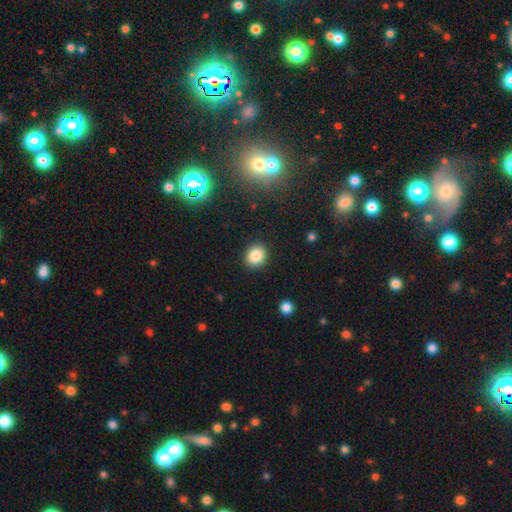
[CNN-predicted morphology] Smooth or featured? Predicted: smooth (p=0.85). How rounded? Predicted: round (p=0.69). Merging? Predicted: none (p=0.90).